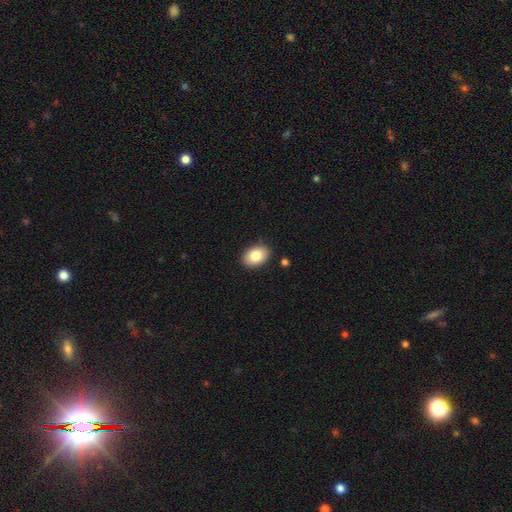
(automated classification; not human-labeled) Smooth or featured: smooth — 84% (featured or disk — 9%)
How rounded: in between — 82% (round — 17%)
Merging: none — 88% (minor disturbance — 8%)